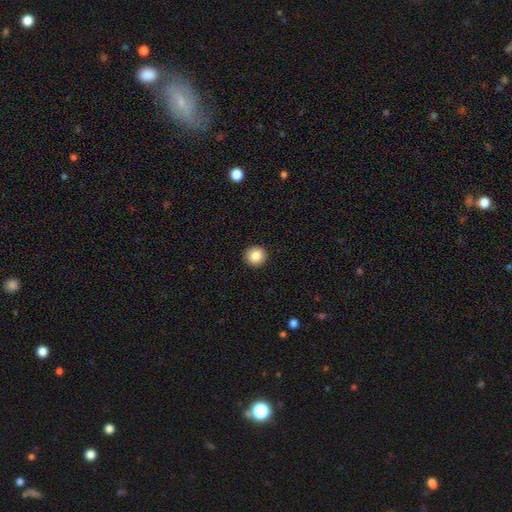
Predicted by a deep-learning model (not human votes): The model was most divided on "smooth or featured": smooth: 86%, star or artifact: 9%, featured or disk: 5%. More confident: how rounded — round (94%); merging — none (93%).